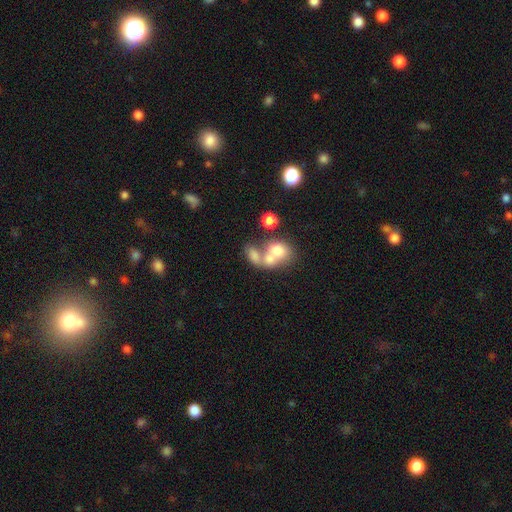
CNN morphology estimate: smooth-or-featured: smooth: 60% | featured or disk: 25% | star or artifact: 15%
  how-rounded: in between: 59% | round: 38% | cigar-shaped: 2%
  merging: merger: 62% | none: 23% | major disturbance: 8% | minor disturbance: 7%